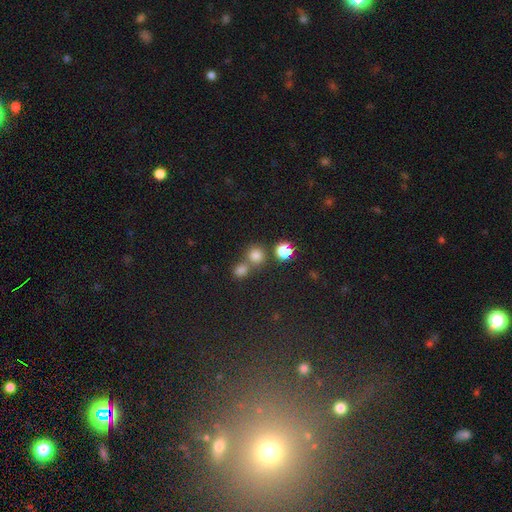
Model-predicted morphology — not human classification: Q: Smooth or featured?
A: smooth (74%); runner-up: star or artifact (19%)
Q: How rounded?
A: round (87%); runner-up: in between (12%)
Q: Merging?
A: none (57%); runner-up: merger (33%)